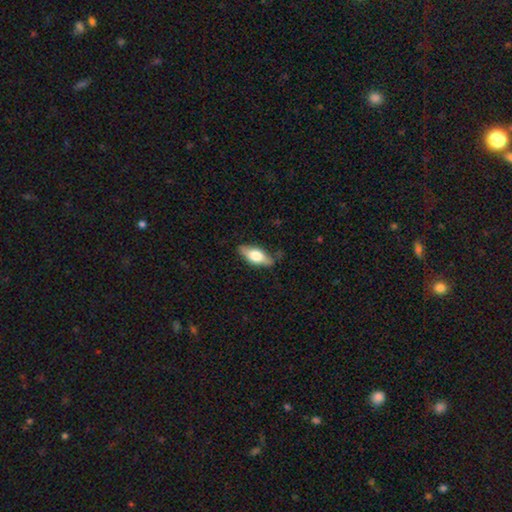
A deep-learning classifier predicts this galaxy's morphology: smooth 56%, featured or disk 38%, star or artifact 6%. Down the decision tree: how rounded — in between (74%); merging — none (78%).